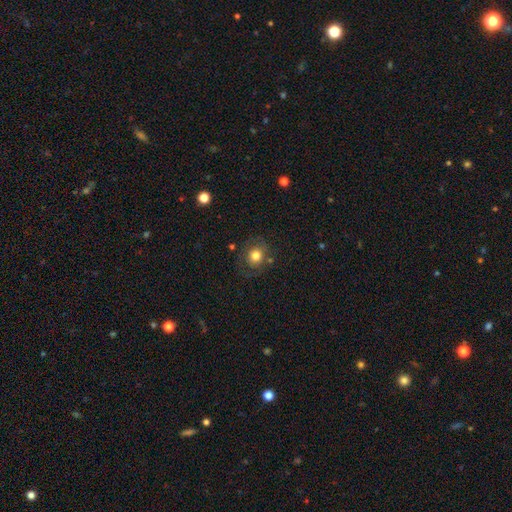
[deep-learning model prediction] Smooth or featured: smooth — 76% (featured or disk — 14%)
How rounded: round — 79% (in between — 20%)
Merging: none — 74% (minor disturbance — 15%)